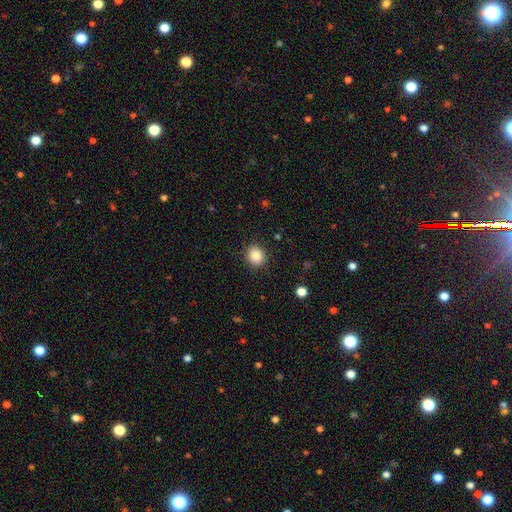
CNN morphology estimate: This appears to be a smooth galaxy with no disk features (85%) that is round (80%). Merging: none (89%).